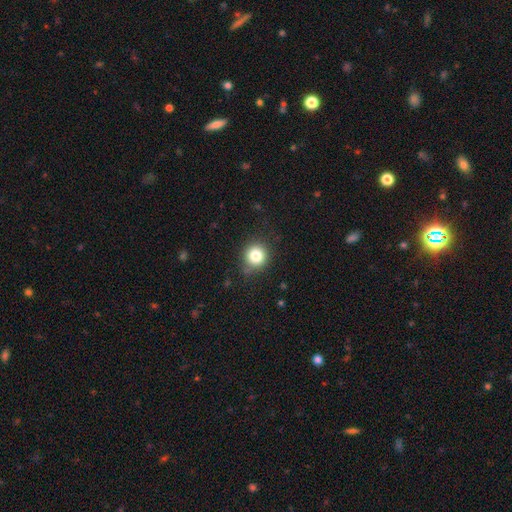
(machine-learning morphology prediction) smooth_or_featured: smooth (p=0.82) [alt: star or artifact p=0.12]
how_rounded: round (p=0.92) [alt: in between p=0.07]
merging: none (p=0.84) [alt: minor disturbance p=0.11]